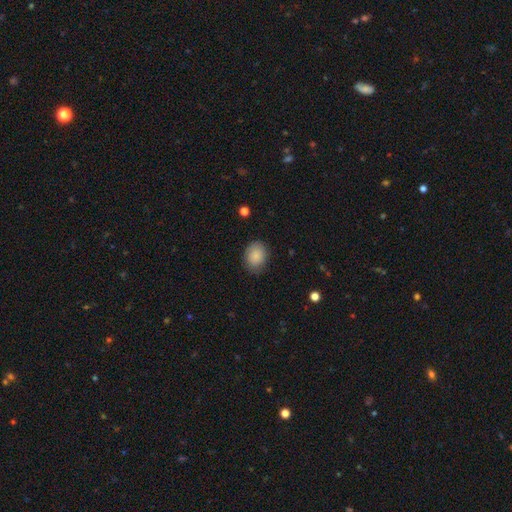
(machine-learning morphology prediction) Q: Smooth or featured?
A: smooth (88%); runner-up: star or artifact (7%)
Q: How rounded?
A: in between (56%); runner-up: round (43%)
Q: Merging?
A: none (82%); runner-up: minor disturbance (14%)